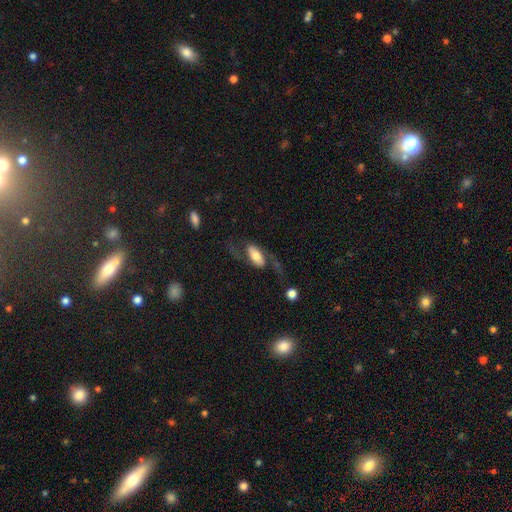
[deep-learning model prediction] Smooth or featured? Predicted: featured or disk (p=0.56). Edge-on disk? Predicted: no (p=0.85). Merging? Predicted: none (p=0.51).